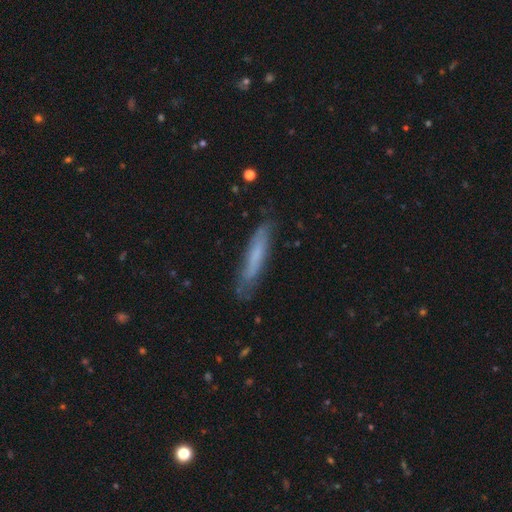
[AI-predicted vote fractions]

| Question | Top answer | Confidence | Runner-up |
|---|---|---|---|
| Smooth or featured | smooth | 56% | featured or disk (36%) |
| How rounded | cigar-shaped | 88% | in between (10%) |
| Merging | none | 76% | minor disturbance (18%) |